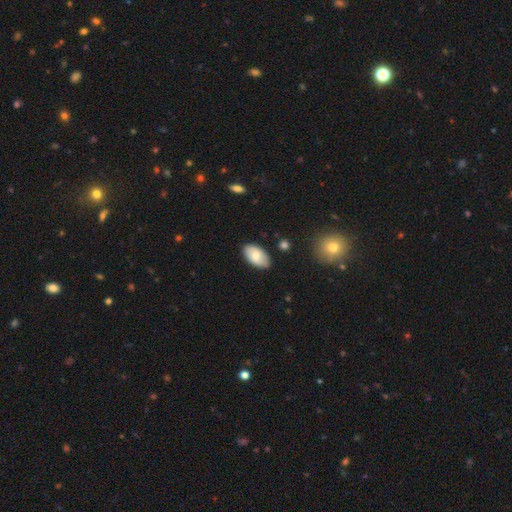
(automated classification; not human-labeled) A smooth galaxy with no disk features (76%) that is in between round and cigar-shaped (95%).

Vote fractions:
- Smooth or featured? smooth: 76% / featured or disk: 17% / star or artifact: 6%
- How rounded? in between: 95% / round: 3% / cigar-shaped: 2%
- Merging? none: 83% / minor disturbance: 13% / major disturbance: 2% / merger: 2%